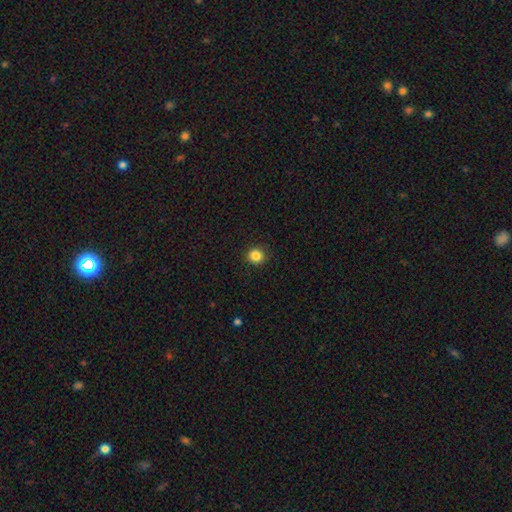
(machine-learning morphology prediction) Smooth or featured? smooth (85%)
How rounded? round (92%)
Merging? none (92%)